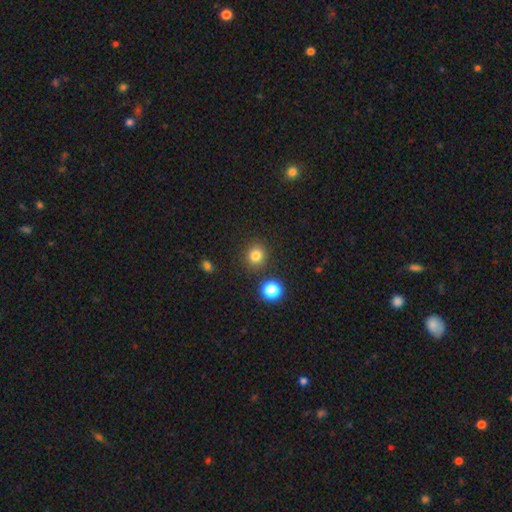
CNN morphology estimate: Smooth or featured: smooth — 81% (star or artifact — 13%)
How rounded: round — 88% (in between — 11%)
Merging: none — 86% (minor disturbance — 7%)